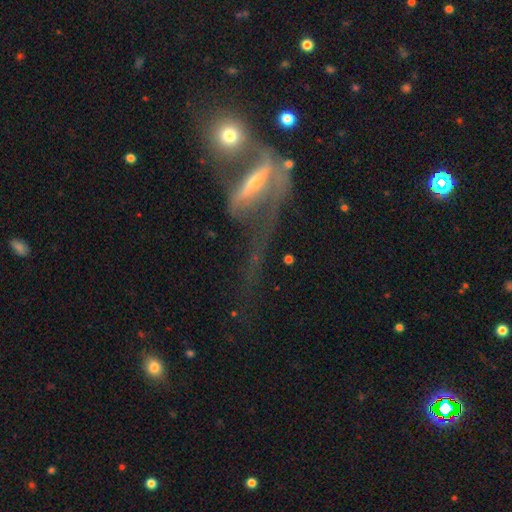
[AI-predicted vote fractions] This appears to be a featured or disk galaxy (65%). Merging: major disturbance (42%).